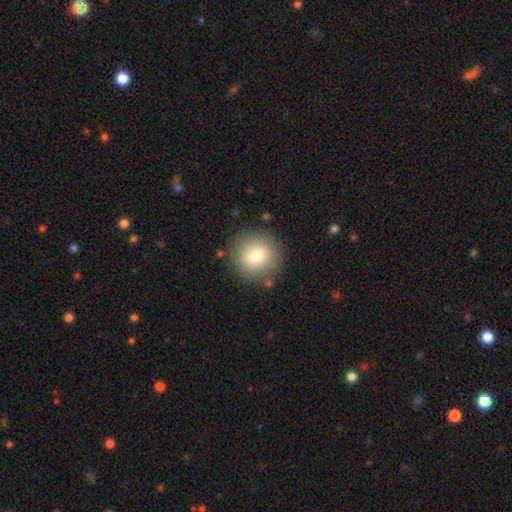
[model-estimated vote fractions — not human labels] This is clearly a smooth galaxy (82%). How rounded: clearly round (94%). Merging: clearly none (87%).